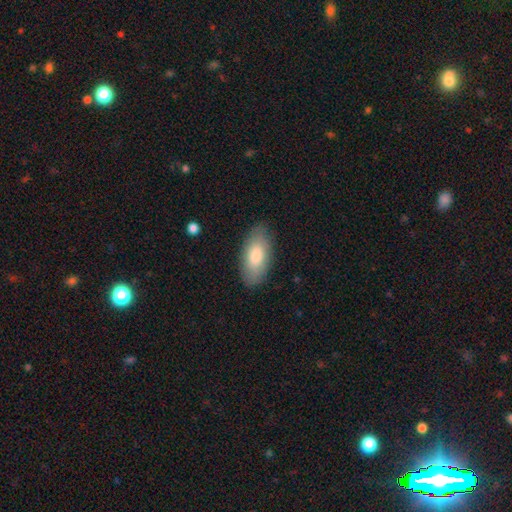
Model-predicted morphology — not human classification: Smooth or featured: smooth — 80% (featured or disk — 15%)
How rounded: in between — 90% (cigar-shaped — 8%)
Merging: none — 86% (minor disturbance — 11%)